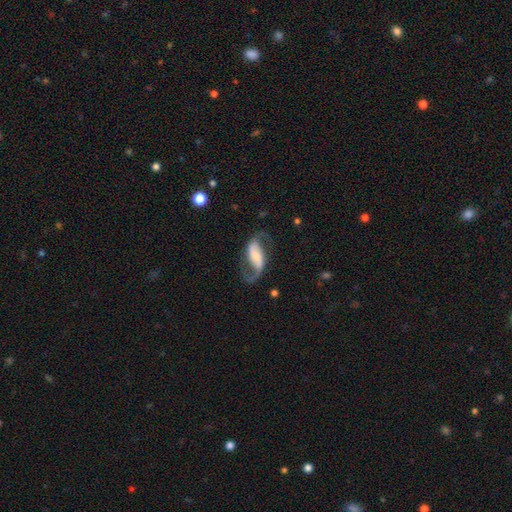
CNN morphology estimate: type=featured or disk (83%); edge-on=no (96%); bar=strong (39%); spiral arms=yes (95%); winding=loose (66%); arm count=2 (89%); bulge=small (33%); merging=none (64%).